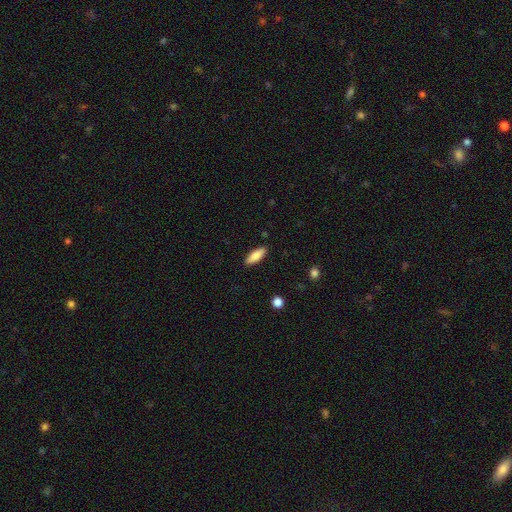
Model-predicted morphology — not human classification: Overall: smooth (83%). How rounded: in between (60%; cigar-shaped 38%). Merging: none (89%).